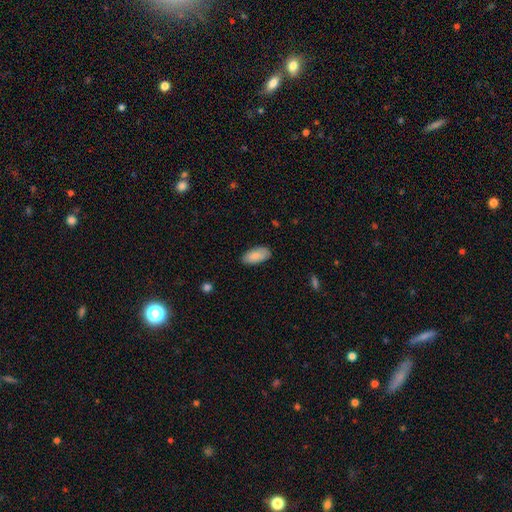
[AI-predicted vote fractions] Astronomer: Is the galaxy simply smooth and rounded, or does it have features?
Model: smooth — 85%.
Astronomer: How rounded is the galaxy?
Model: in between — 92%.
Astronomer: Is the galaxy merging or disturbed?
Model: none — 83%.